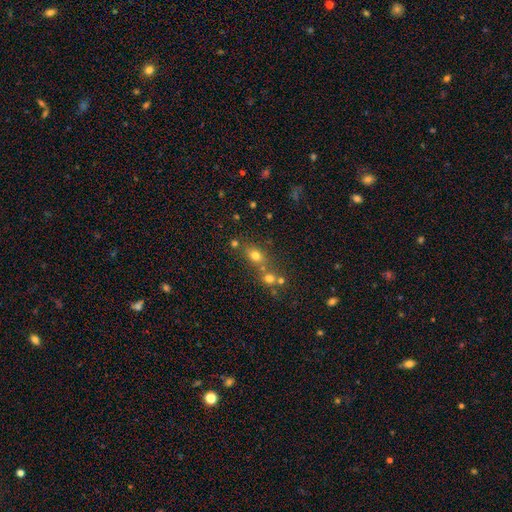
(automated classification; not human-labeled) This is likely a smooth galaxy (64%). How rounded: possibly round (57%). Merging: possibly none (51%).